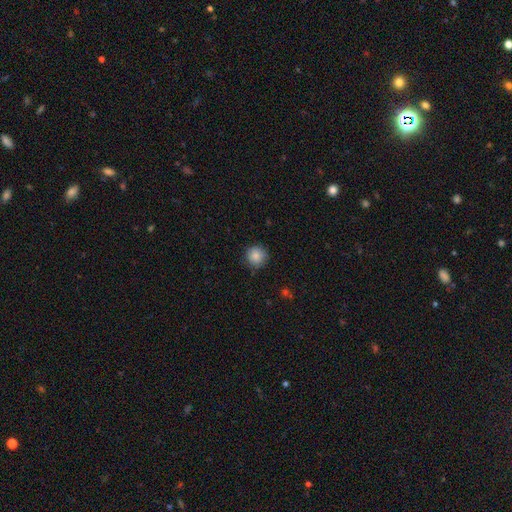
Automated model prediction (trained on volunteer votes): This is clearly a smooth galaxy (87%). How rounded: clearly round (94%). Merging: clearly none (85%).